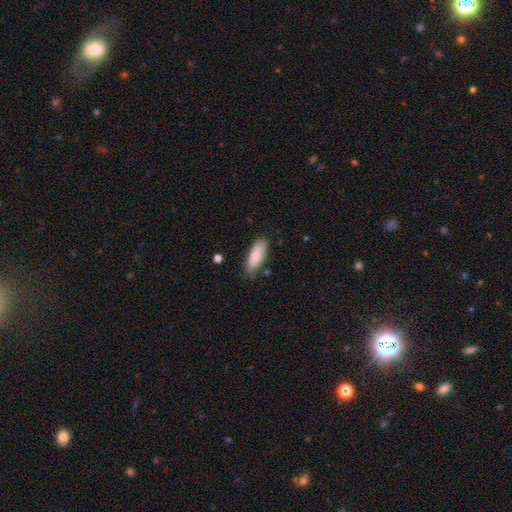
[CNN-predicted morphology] A smooth galaxy with no disk features (82%) that is in between round and cigar-shaped (72%). Merging: none (77%).